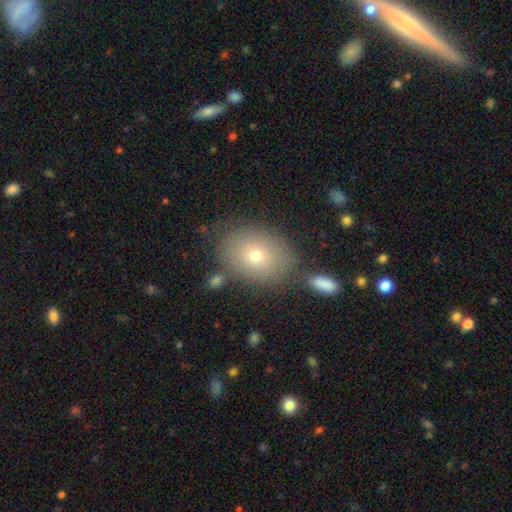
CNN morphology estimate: A smooth galaxy with no disk features (69%) that is in between round and cigar-shaped (63%).

Vote fractions:
- Smooth or featured? smooth: 69% / featured or disk: 19% / star or artifact: 12%
- How rounded? in between: 63% / round: 36% / cigar-shaped: 1%
- Merging? none: 79% / minor disturbance: 12% / merger: 6% / major disturbance: 4%